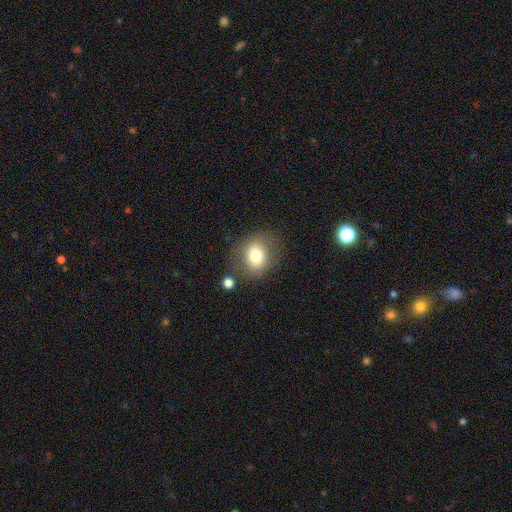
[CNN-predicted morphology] smooth-or-featured: smooth: 74% | featured or disk: 16% | star or artifact: 10%
  how-rounded: round: 64% | in between: 35% | cigar-shaped: 1%
  merging: none: 75% | minor disturbance: 15% | major disturbance: 6% | merger: 4%